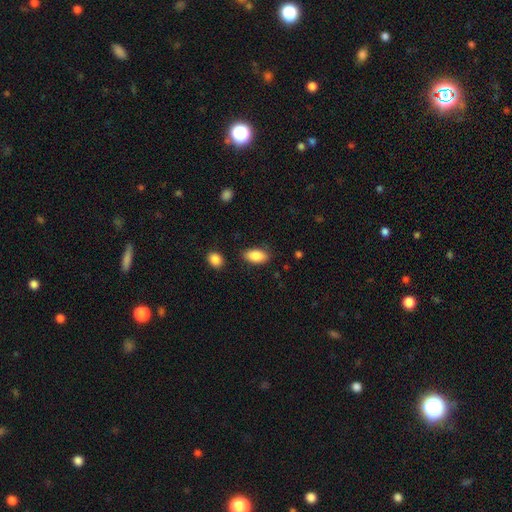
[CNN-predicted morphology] Smooth or featured: smooth — 88% (star or artifact — 7%)
How rounded: in between — 93% (round — 4%)
Merging: none — 84% (minor disturbance — 11%)